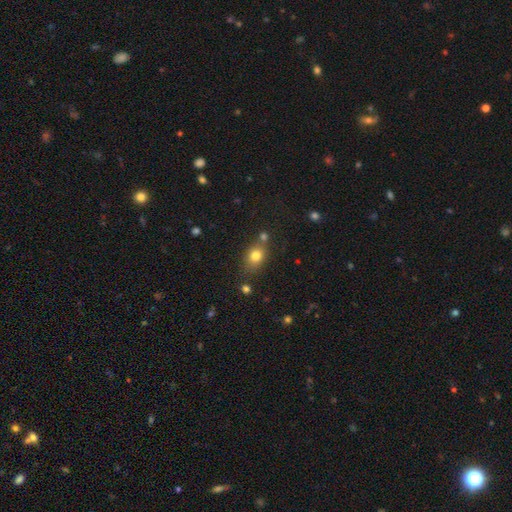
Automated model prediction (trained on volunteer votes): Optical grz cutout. It shows a smooth galaxy with no disk features (79%) that is in between round and cigar-shaped (62%). Merging: none (65%).